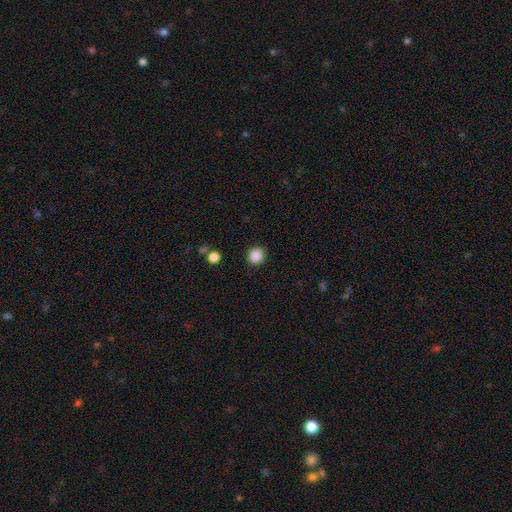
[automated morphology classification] Smooth or featured? Predicted: smooth (p=0.87). How rounded? Predicted: round (p=0.91). Merging? Predicted: none (p=0.90).